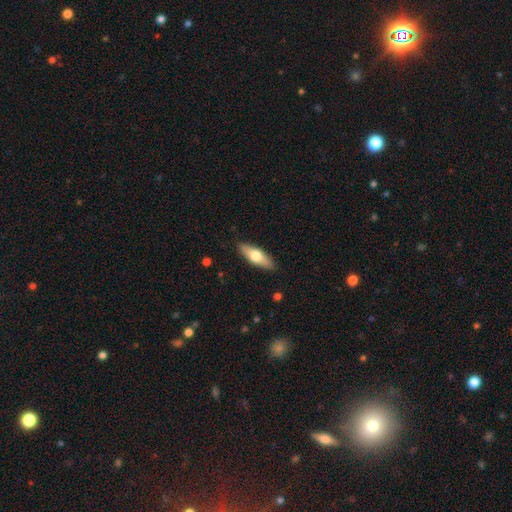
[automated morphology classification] Overall: smooth (61%; featured or disk 34%). How rounded: in between (61%; cigar-shaped 37%). Merging: none (88%).